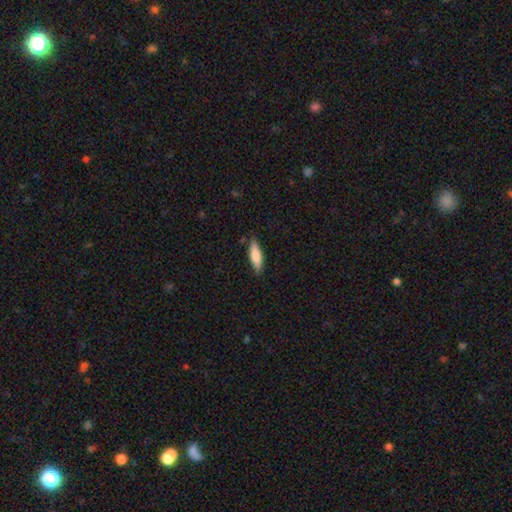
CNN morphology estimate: A smooth galaxy with no disk features (77%) that is cigar-shaped (59%). Merging: none (85%).